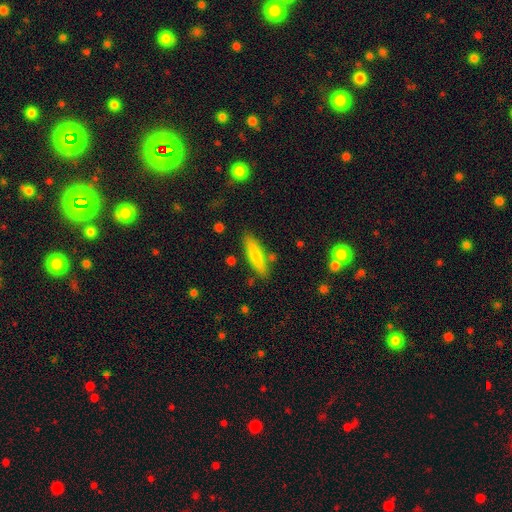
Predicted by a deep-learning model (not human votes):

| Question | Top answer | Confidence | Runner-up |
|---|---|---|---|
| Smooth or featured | smooth | 74% | featured or disk (19%) |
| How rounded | cigar-shaped | 74% | in between (24%) |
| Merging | none | 81% | minor disturbance (11%) |